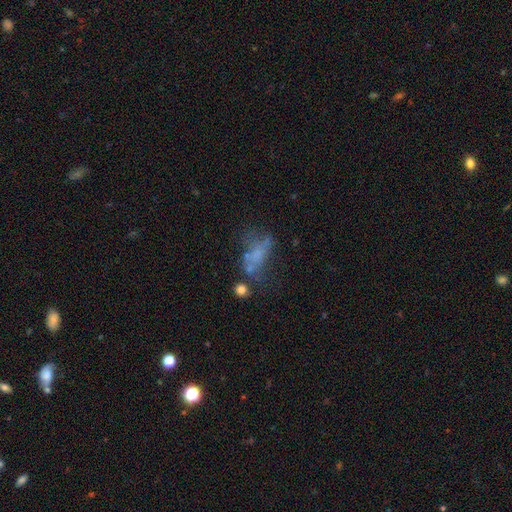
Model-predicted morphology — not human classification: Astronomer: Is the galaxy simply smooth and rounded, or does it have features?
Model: featured or disk — 45% (runner-up: smooth, 37%).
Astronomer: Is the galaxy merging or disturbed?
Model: none — 33% (runner-up: major disturbance, 31%).